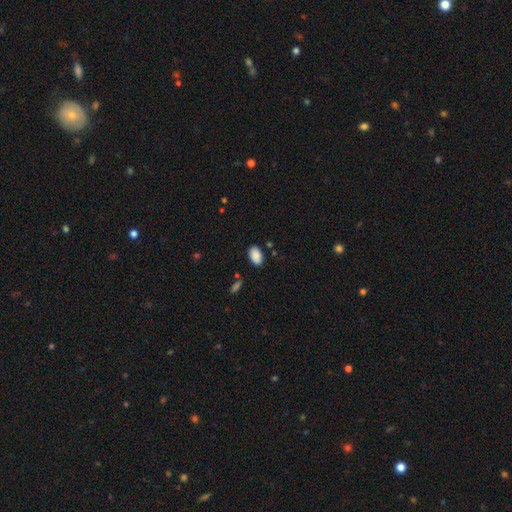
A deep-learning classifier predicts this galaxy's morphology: smooth-or-featured: smooth: 89% | star or artifact: 8% | featured or disk: 4%
  how-rounded: in between: 92% | round: 7% | cigar-shaped: 1%
  merging: none: 83% | minor disturbance: 11% | major disturbance: 3% | merger: 3%